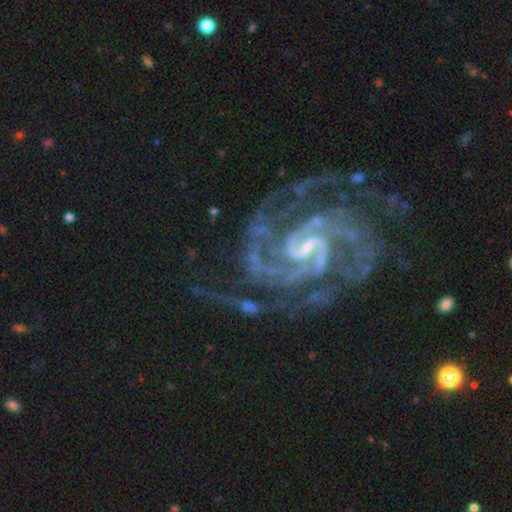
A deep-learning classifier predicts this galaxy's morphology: Smooth or featured? Predicted: featured or disk (p=0.93). Edge-on disk? Predicted: no (p=0.98). Bar? Predicted: weak (p=0.54). Spiral arms? Predicted: yes (p=0.99). Spiral winding? Predicted: tight (p=0.48). Spiral arm count? Predicted: 2 (p=0.36). Bulge size? Predicted: small (p=0.55). Merging? Predicted: none (p=0.65).